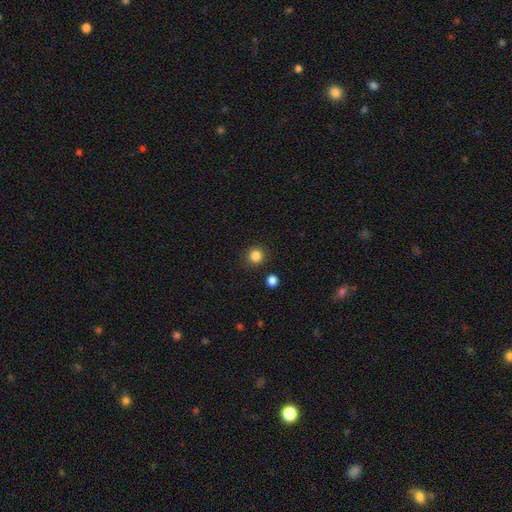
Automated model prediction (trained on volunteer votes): A smooth galaxy with no disk features (84%) that is round (92%).

Vote fractions:
- Smooth or featured? smooth: 84% / star or artifact: 12% / featured or disk: 4%
- How rounded? round: 92% / in between: 7% / cigar-shaped: 1%
- Merging? none: 89% / minor disturbance: 6% / merger: 3% / major disturbance: 2%